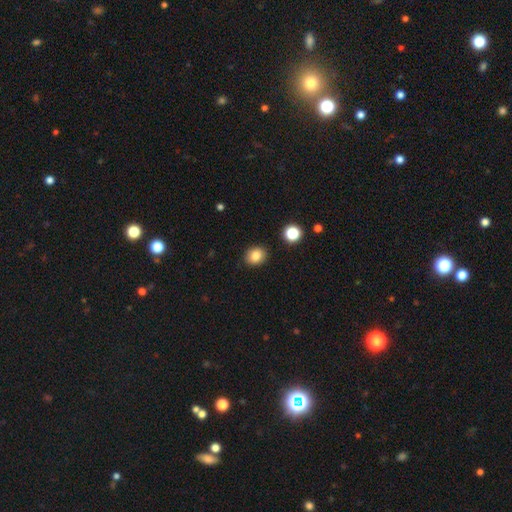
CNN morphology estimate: Q: Smooth or featured?
A: smooth (83%); runner-up: star or artifact (11%)
Q: How rounded?
A: round (64%); runner-up: in between (35%)
Q: Merging?
A: none (89%); runner-up: minor disturbance (7%)